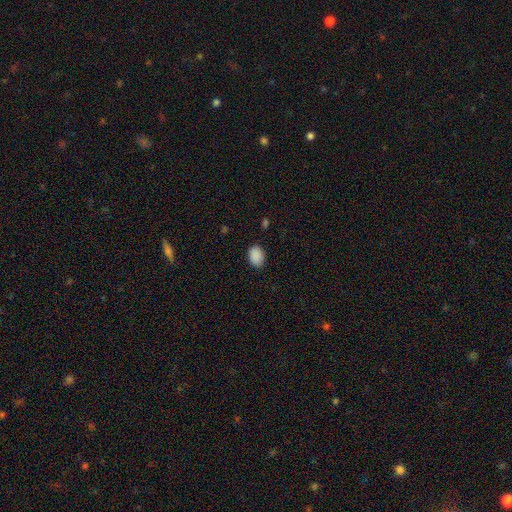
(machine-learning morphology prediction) This appears to be a smooth galaxy with no disk features (90%) that is in between round and cigar-shaped (80%). Merging: none (86%).